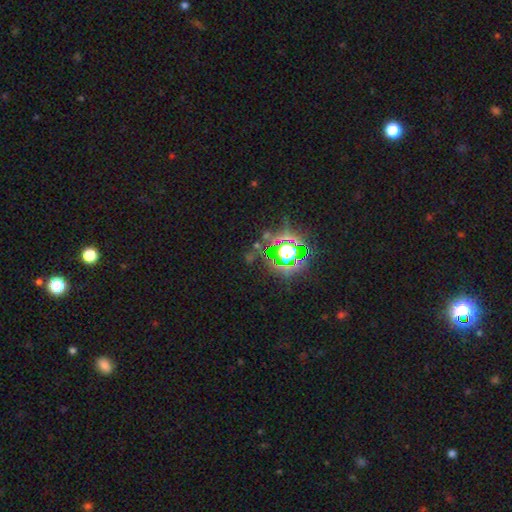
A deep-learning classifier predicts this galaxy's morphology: This appears to be a star or artifact, not a galaxy (81%).